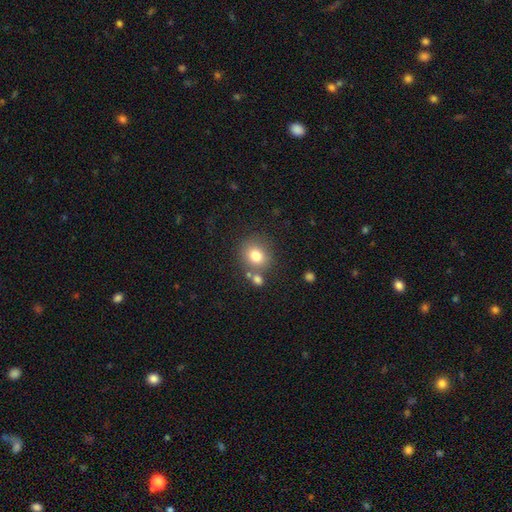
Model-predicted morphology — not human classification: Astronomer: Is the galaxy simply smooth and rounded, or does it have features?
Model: smooth — 78%.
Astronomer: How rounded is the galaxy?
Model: round — 75%.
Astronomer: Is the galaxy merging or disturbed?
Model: none — 69%.